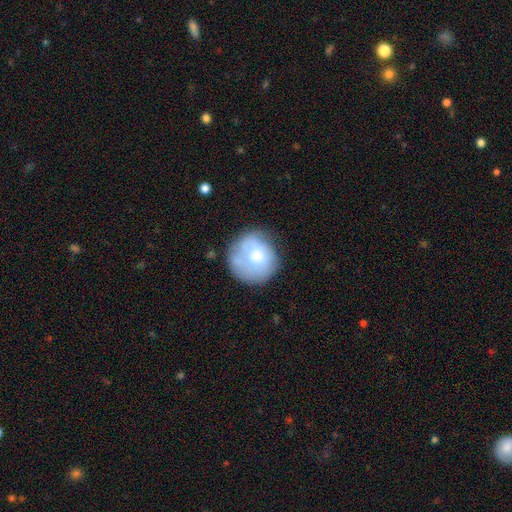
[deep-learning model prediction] Smooth or featured: smooth — 63% (featured or disk — 30%)
How rounded: round — 88% (in between — 11%)
Merging: none — 61% (minor disturbance — 24%)